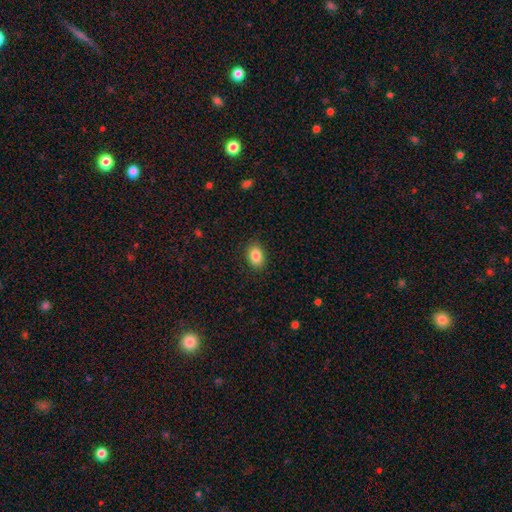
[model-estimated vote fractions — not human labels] The model was most divided on "how rounded": in between: 77%, round: 22%, cigar-shaped: 1%. More confident: merging — none (88%); smooth or featured — smooth (86%).